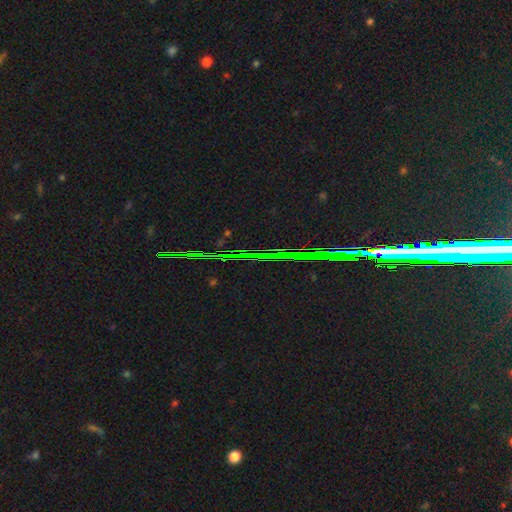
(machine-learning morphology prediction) smooth_or_featured: star or artifact (p=0.84) [alt: featured or disk p=0.09]